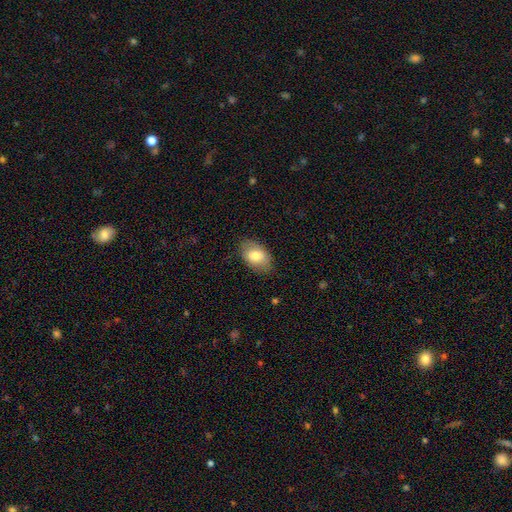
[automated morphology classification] smooth 75%, featured or disk 18%, star or artifact 7%. Down the decision tree: how rounded — in between (89%); merging — none (79%).